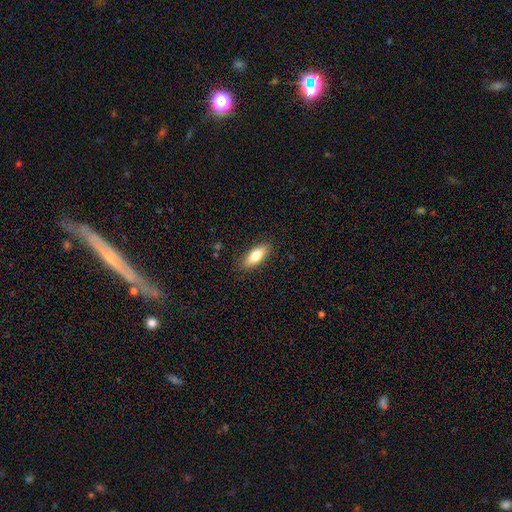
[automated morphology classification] smooth_or_featured: smooth (p=0.76) [alt: featured or disk p=0.18]
how_rounded: in between (p=0.69) [alt: cigar-shaped p=0.28]
merging: none (p=0.86) [alt: minor disturbance p=0.10]